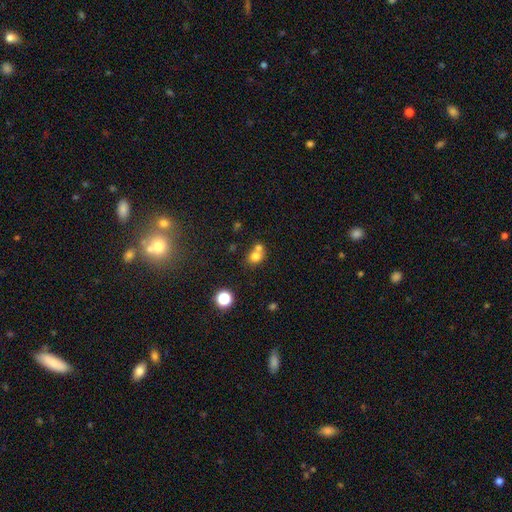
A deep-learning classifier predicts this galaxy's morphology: Smooth or featured?
  - smooth: 74% *
  - star or artifact: 14%
  - featured or disk: 12%
How rounded?
  - round: 69% *
  - in between: 30%
  - cigar-shaped: 1%
Merging?
  - merger: 51% *
  - none: 38%
  - minor disturbance: 7%
  - major disturbance: 3%